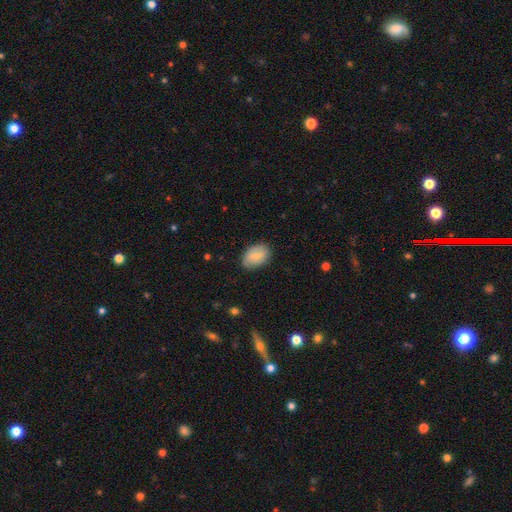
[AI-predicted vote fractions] A smooth galaxy with no disk features (73%) that is in between round and cigar-shaped (87%). Merging: none (83%).